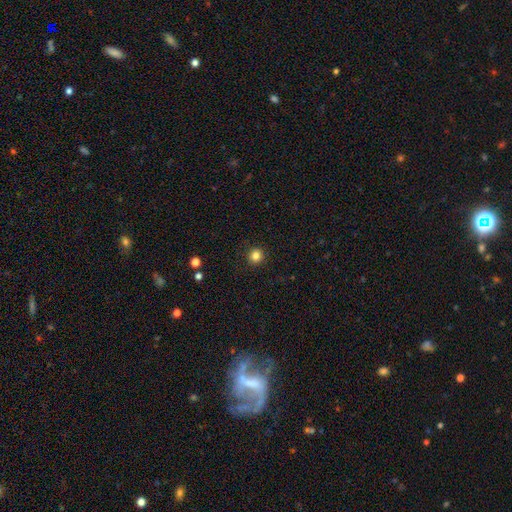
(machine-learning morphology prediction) Smooth or featured: smooth — 84% (star or artifact — 12%)
How rounded: round — 93% (in between — 6%)
Merging: none — 92% (minor disturbance — 5%)